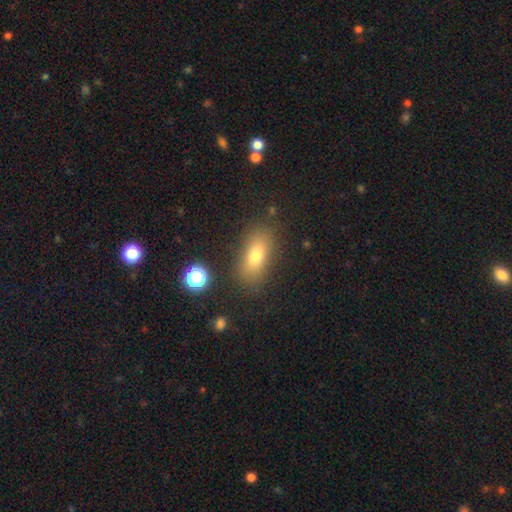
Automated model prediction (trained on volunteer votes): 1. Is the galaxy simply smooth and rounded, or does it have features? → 74% smooth, 14% featured or disk, 12% star or artifact.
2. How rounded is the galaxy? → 78% in between, 14% cigar-shaped, 8% round.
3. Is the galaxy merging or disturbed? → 84% none, 10% minor disturbance, 4% major disturbance, 3% merger.